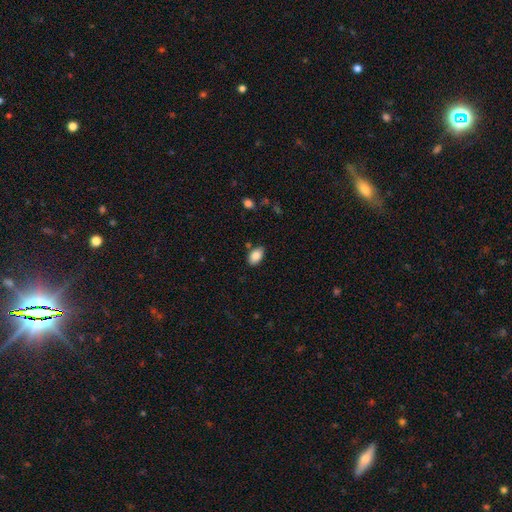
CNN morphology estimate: A smooth galaxy with no disk features (87%) that is in between round and cigar-shaped (92%). Merging: none (81%).